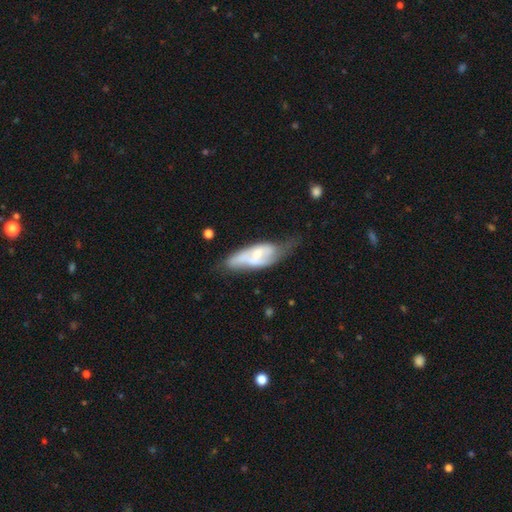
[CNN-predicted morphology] This appears to be a featured or disk galaxy (60%) with no bar (60%), spiral arms (65%) and a moderate central bulge (46%). Merging: minor disturbance (32%).